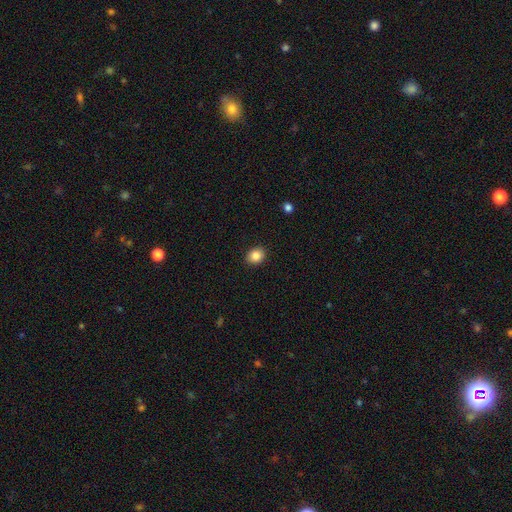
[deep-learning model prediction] This appears to be a smooth galaxy with no disk features (86%) that is round (62%). Merging: none (91%).